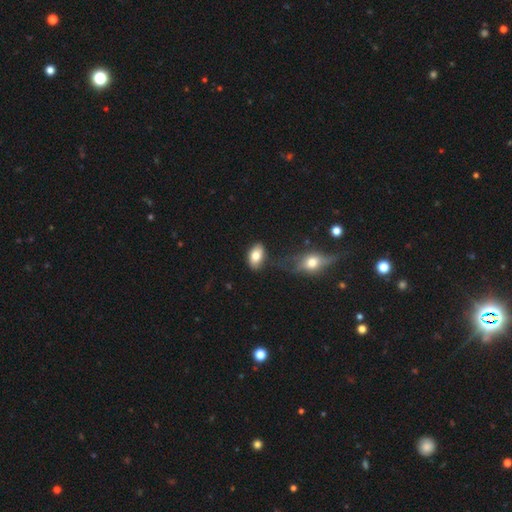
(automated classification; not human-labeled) Q: Smooth or featured?
A: smooth (80%); runner-up: featured or disk (12%)
Q: How rounded?
A: in between (92%); runner-up: round (6%)
Q: Merging?
A: none (74%); runner-up: minor disturbance (15%)